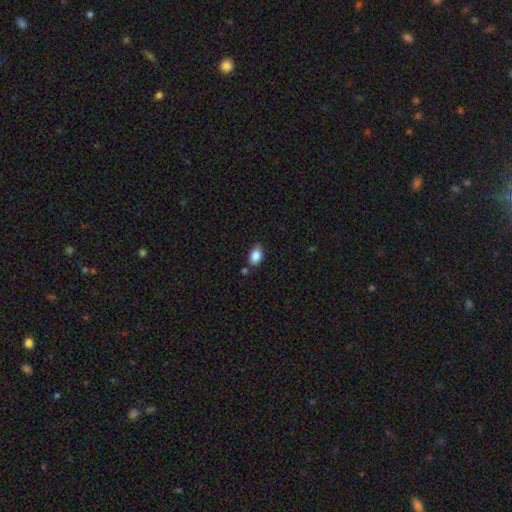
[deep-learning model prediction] smooth-or-featured: smooth: 87% | star or artifact: 8% | featured or disk: 5%
  how-rounded: in between: 83% | round: 15% | cigar-shaped: 1%
  merging: none: 74% | minor disturbance: 16% | merger: 7% | major disturbance: 3%